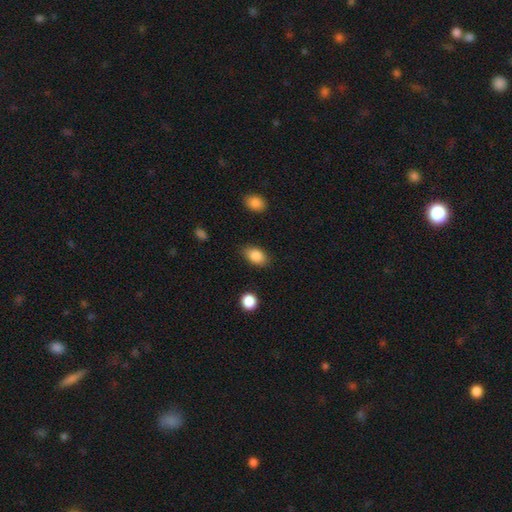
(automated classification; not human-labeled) This appears to be a smooth galaxy with no disk features (86%) that is in between round and cigar-shaped (86%). Merging: none (83%).